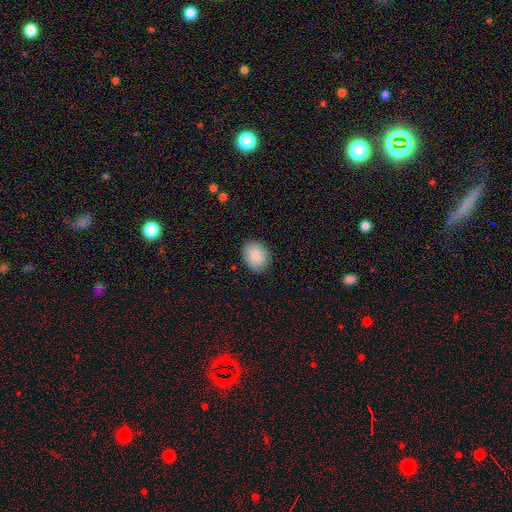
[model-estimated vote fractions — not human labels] This is clearly a smooth galaxy (88%). How rounded: possibly round (51%). Merging: clearly none (88%).